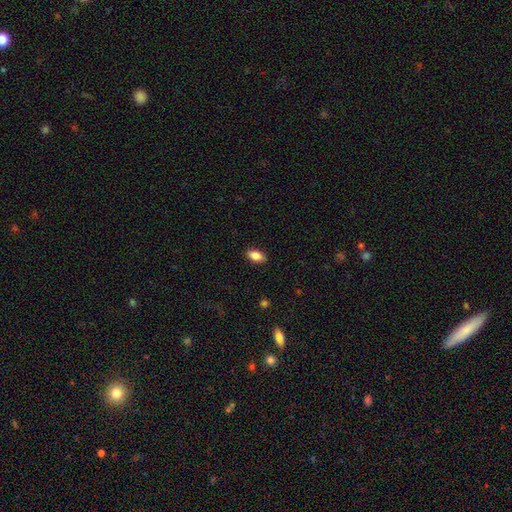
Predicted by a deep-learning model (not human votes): Overall: smooth (83%). How rounded: in between (90%). Merging: none (89%).